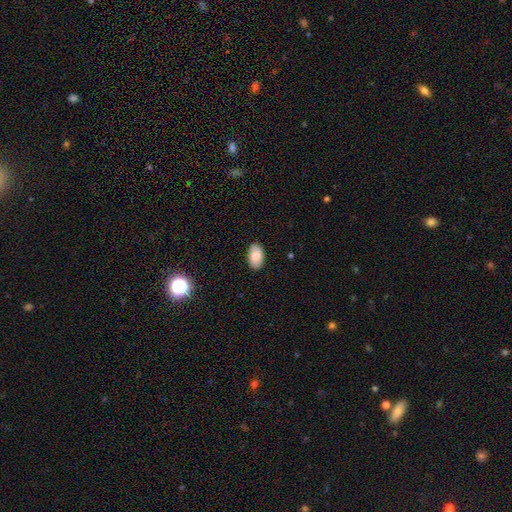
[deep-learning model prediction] Overall: smooth (82%). How rounded: in between (93%). Merging: none (89%).